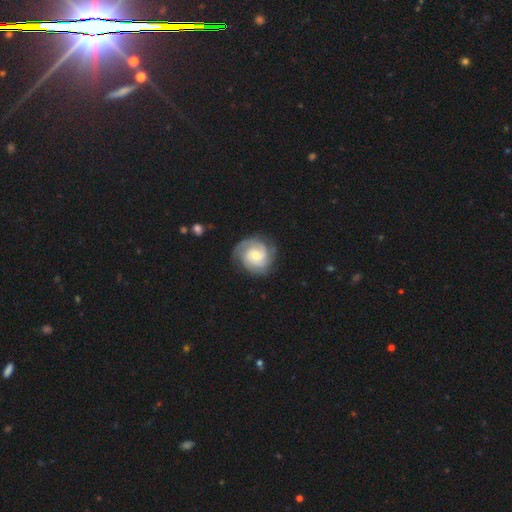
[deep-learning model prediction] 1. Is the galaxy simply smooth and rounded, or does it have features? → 84% featured or disk, 12% smooth, 5% star or artifact.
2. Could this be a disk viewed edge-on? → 98% no, 2% yes.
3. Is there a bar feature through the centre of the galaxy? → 55% no, 38% weak, 7% strong.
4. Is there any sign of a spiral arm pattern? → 97% yes, 3% no.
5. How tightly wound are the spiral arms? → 60% tight, 33% medium, 7% loose.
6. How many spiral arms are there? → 37% 2, 33% 3, 16% can't tell, 6% 4, 5% 1, 4% more than 4.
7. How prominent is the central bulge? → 49% moderate, 45% small, 3% large, 1% none, 1% dominant.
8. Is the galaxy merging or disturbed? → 78% none, 15% minor disturbance, 6% major disturbance, 1% merger.